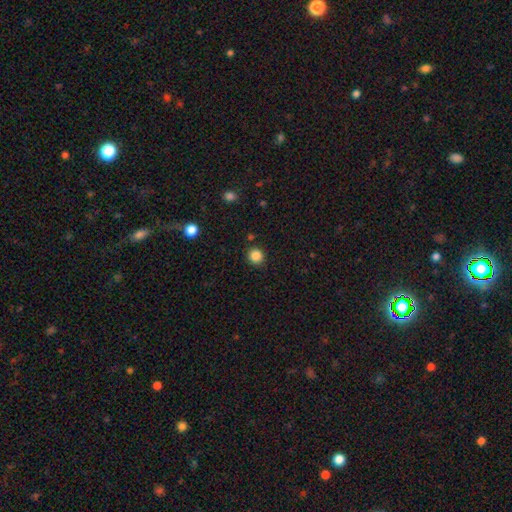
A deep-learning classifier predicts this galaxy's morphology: Smooth or featured? smooth (85%)
How rounded? round (91%)
Merging? none (89%)